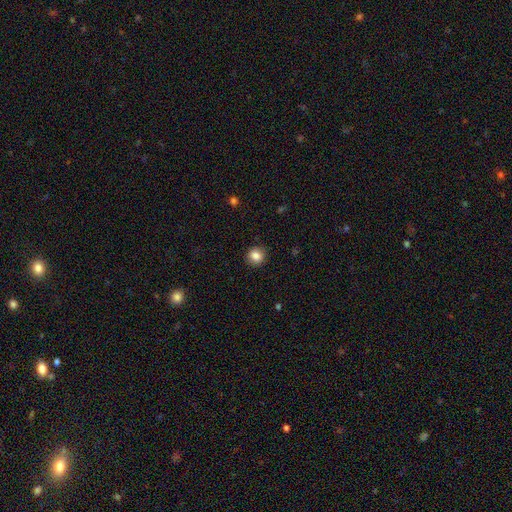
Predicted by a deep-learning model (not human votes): A smooth galaxy with no disk features (85%) that is round (87%). Merging: none (90%).